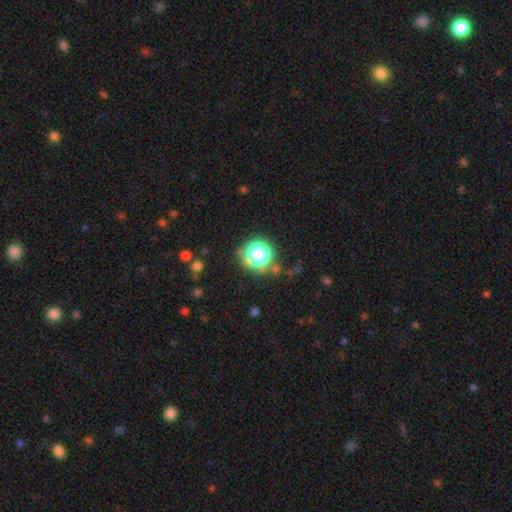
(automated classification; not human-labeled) Q: Smooth or featured?
A: smooth (47%); runner-up: star or artifact (43%)
Q: Merging?
A: none (69%); runner-up: minor disturbance (13%)